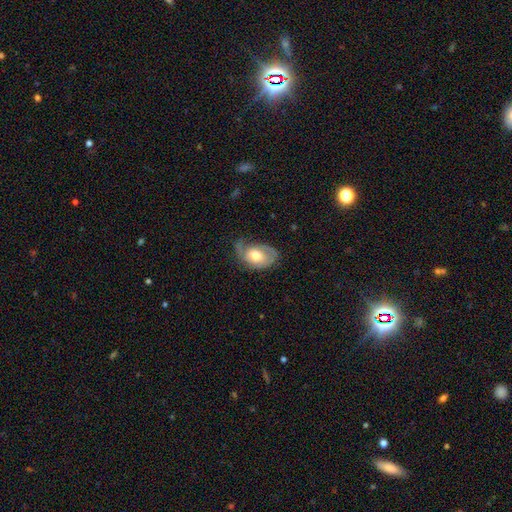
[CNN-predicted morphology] smooth_or_featured: featured or disk (p=0.56) [alt: smooth p=0.38]
disk_edge_on: no (p=0.94) [alt: yes p=0.06]
bar: no (p=0.72) [alt: weak p=0.23]
has_spiral_arms: yes (p=0.73) [alt: no p=0.27]
bulge_size: moderate (p=0.67) [alt: large p=0.17]
merging: none (p=0.45) [alt: minor disturbance p=0.33]